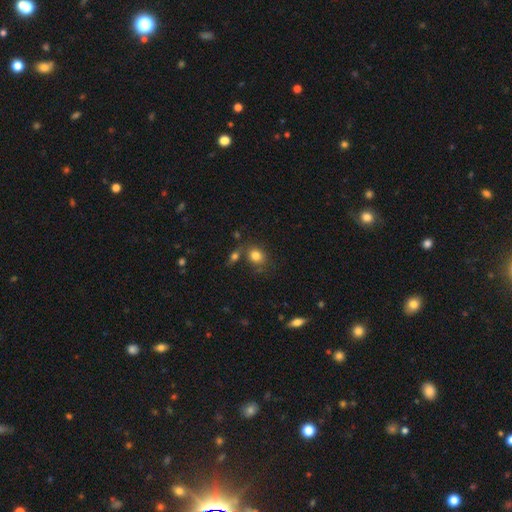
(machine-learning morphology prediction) smooth 81%, star or artifact 11%, featured or disk 8%. Down the decision tree: how rounded — round (63%); merging — none (63%).